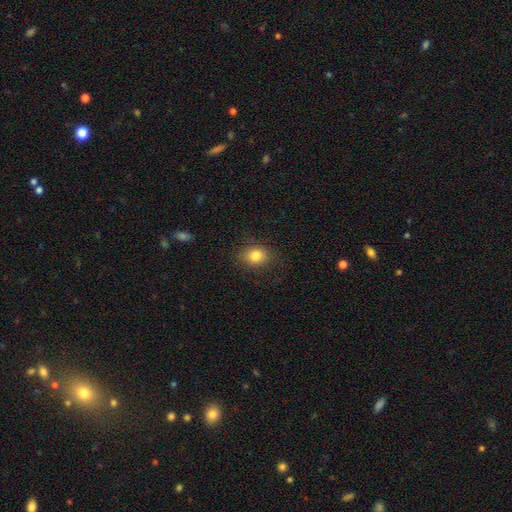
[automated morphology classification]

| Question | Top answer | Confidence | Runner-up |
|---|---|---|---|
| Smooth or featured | smooth | 83% | star or artifact (10%) |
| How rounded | round | 51% | in between (48%) |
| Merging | none | 83% | minor disturbance (12%) |